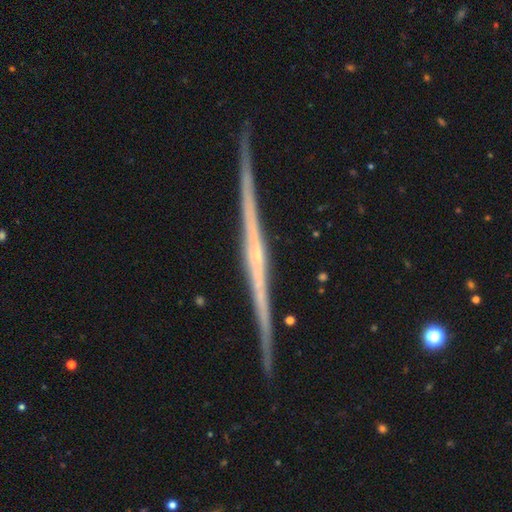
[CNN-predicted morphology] type=featured or disk (85%); edge-on=yes (99%); edge-on bulge=none (56%); merging=none (91%).